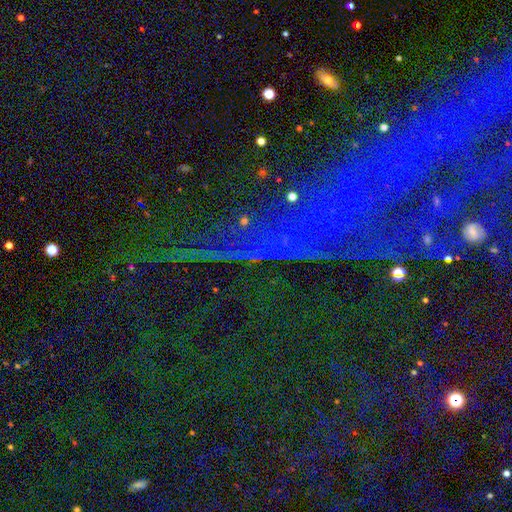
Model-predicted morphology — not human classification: This is clearly a star or artifact rather than a galaxy (83%).